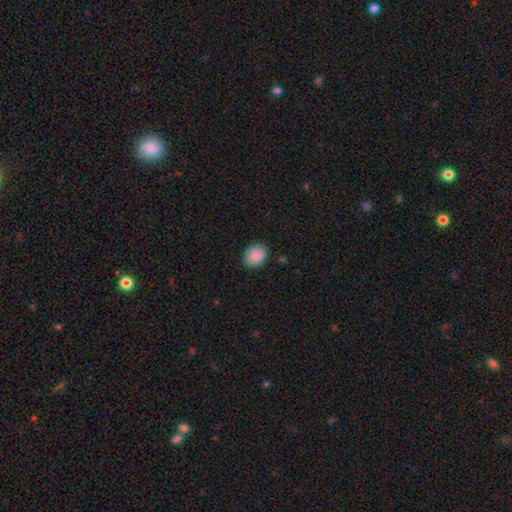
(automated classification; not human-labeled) Smooth or featured?
  - smooth: 88% *
  - star or artifact: 7%
  - featured or disk: 5%
How rounded?
  - round: 54% *
  - in between: 45%
  - cigar-shaped: 1%
Merging?
  - none: 86% *
  - minor disturbance: 11%
  - major disturbance: 2%
  - merger: 1%